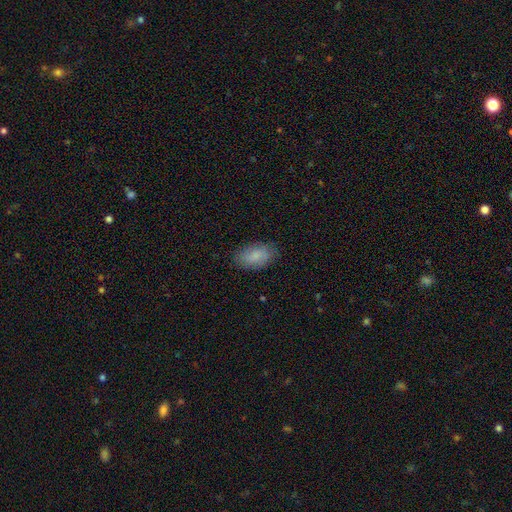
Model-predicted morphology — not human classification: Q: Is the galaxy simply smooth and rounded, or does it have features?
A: smooth — 83%.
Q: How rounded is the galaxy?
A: in between — 93%.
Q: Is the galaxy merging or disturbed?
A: none — 83%.